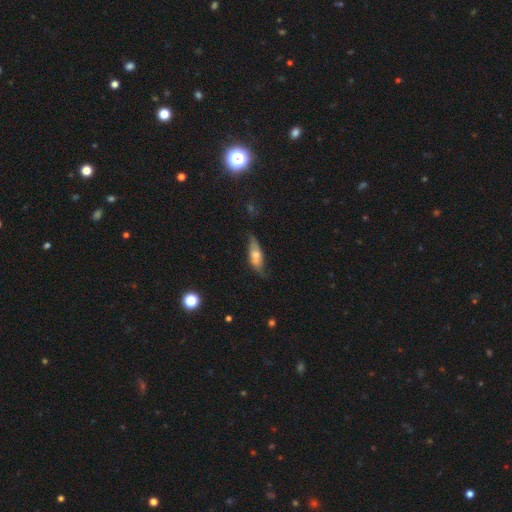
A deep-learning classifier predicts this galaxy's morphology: The model was most divided on "smooth or featured": smooth: 51%, featured or disk: 42%, star or artifact: 7%. More confident: merging — none (59%); how rounded — in between (59%).